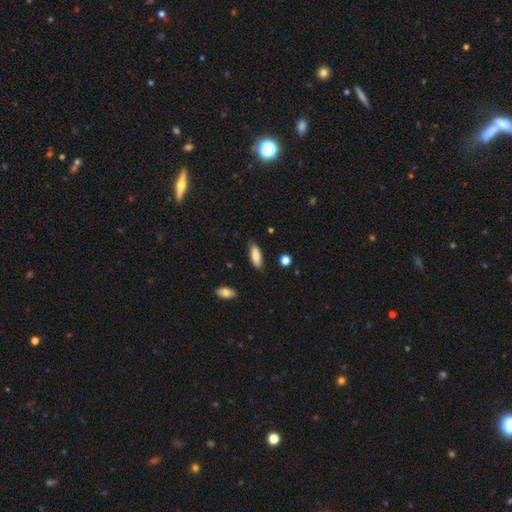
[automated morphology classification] Smooth or featured? smooth (82%)
How rounded? in between (68%)
Merging? none (79%)